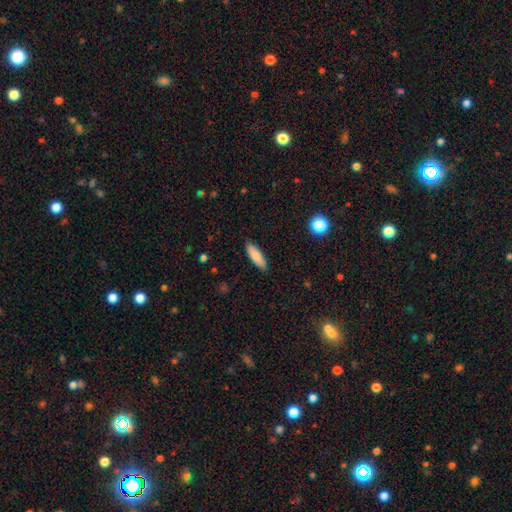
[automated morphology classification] smooth 82%, featured or disk 11%, star or artifact 6%. Down the decision tree: how rounded — in between (50%); merging — none (88%).